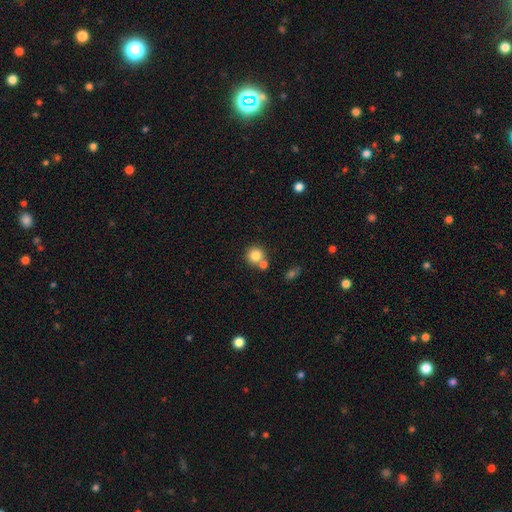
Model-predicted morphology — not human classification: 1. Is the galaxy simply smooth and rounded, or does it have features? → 81% smooth, 10% star or artifact, 9% featured or disk.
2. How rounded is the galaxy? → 91% round, 8% in between, 1% cigar-shaped.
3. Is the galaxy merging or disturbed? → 63% none, 25% merger, 9% minor disturbance, 3% major disturbance.